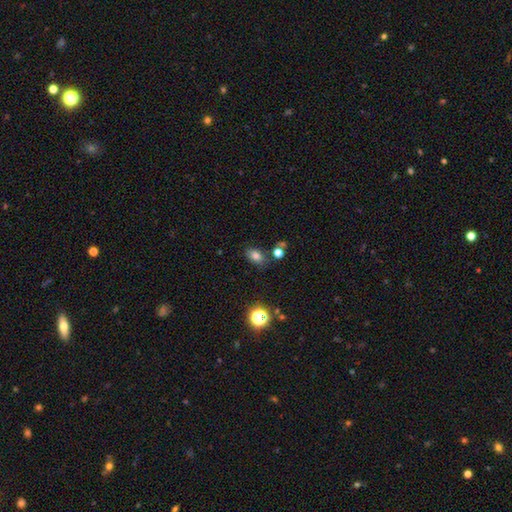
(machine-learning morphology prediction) This appears to be a smooth galaxy with no disk features (77%) that is in between round and cigar-shaped (81%). Merging: none (78%).